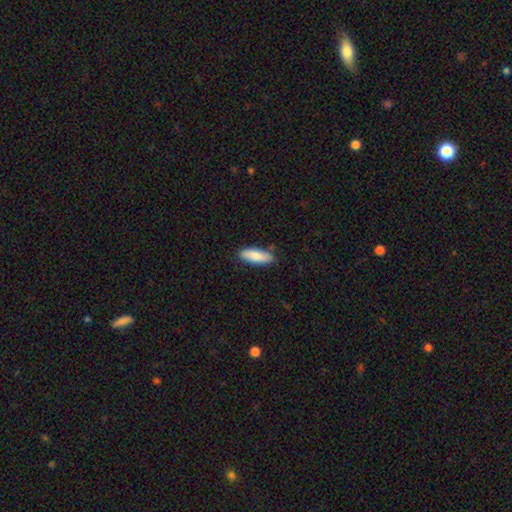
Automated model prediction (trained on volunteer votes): Smooth or featured: smooth — 82% (featured or disk — 12%)
How rounded: in between — 64% (cigar-shaped — 34%)
Merging: none — 84% (minor disturbance — 12%)